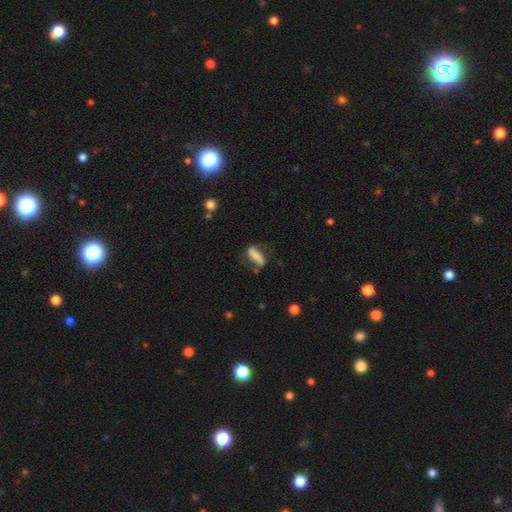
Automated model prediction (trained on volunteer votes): The model was most divided on "how rounded": cigar-shaped: 49%, in between: 48%, round: 3%. More confident: smooth or featured — smooth (61%); merging — none (53%).